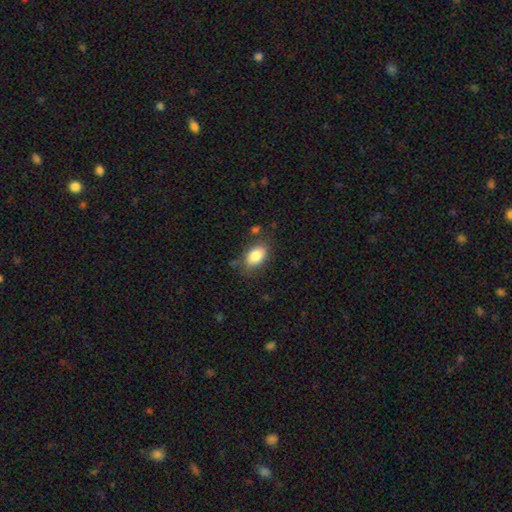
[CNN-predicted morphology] smooth 84%, featured or disk 9%, star or artifact 8%. Down the decision tree: how rounded — in between (89%); merging — none (73%).